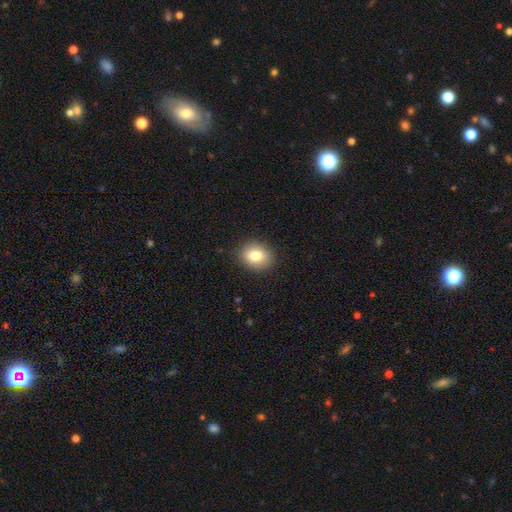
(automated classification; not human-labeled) A smooth galaxy with no disk features (80%) that is round (52%).

Vote fractions:
- Smooth or featured? smooth: 80% / featured or disk: 10% / star or artifact: 10%
- How rounded? round: 52% / in between: 47% / cigar-shaped: 1%
- Merging? none: 89% / minor disturbance: 8% / major disturbance: 2% / merger: 1%